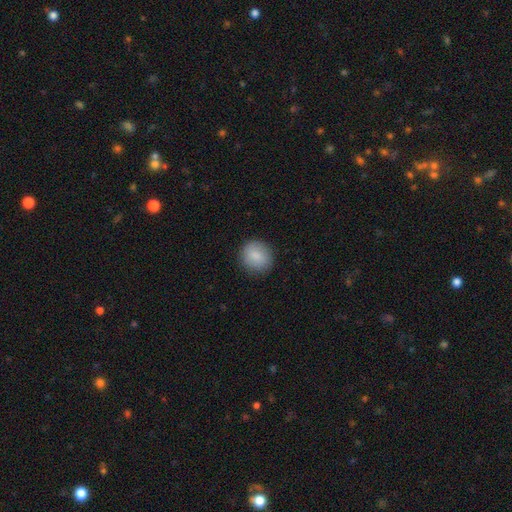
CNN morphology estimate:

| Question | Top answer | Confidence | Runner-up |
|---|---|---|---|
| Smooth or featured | smooth | 86% | star or artifact (7%) |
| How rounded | round | 84% | in between (15%) |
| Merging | none | 87% | minor disturbance (9%) |